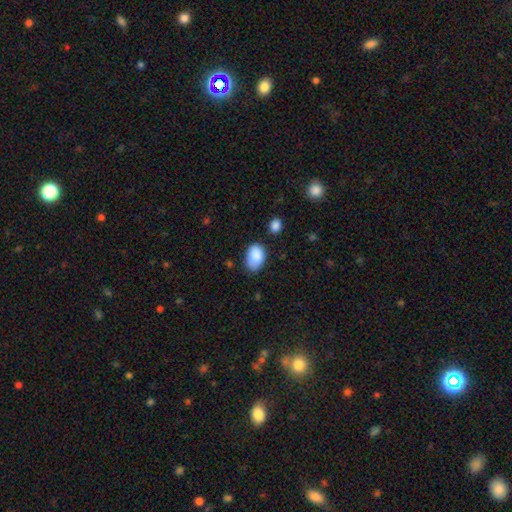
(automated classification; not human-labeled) This is clearly a smooth galaxy (87%). How rounded: clearly in between (87%). Merging: likely none (65%).